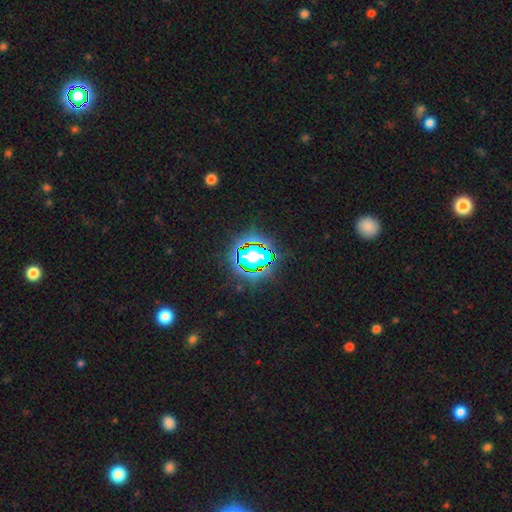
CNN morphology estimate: star or artifact 79%, smooth 14%, featured or disk 8%.